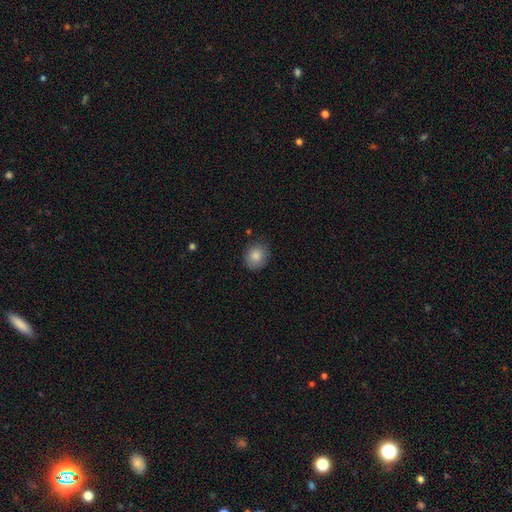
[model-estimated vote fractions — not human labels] A smooth galaxy with no disk features (85%) that is round (72%). Merging: none (81%).